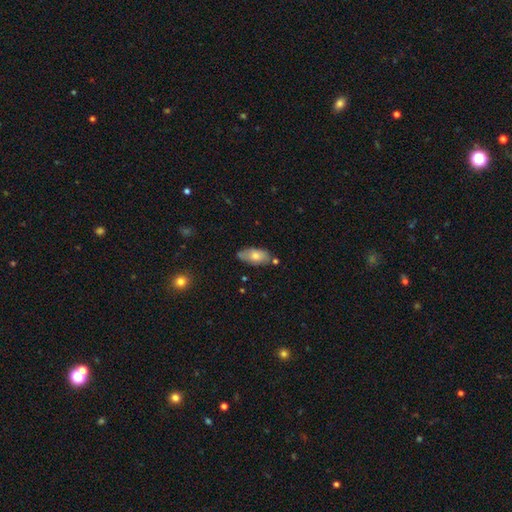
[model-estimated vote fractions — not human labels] The model was most divided on "merging": none: 68%, minor disturbance: 22%, merger: 6%, major disturbance: 4%. More confident: how rounded — in between (90%); smooth or featured — smooth (71%).